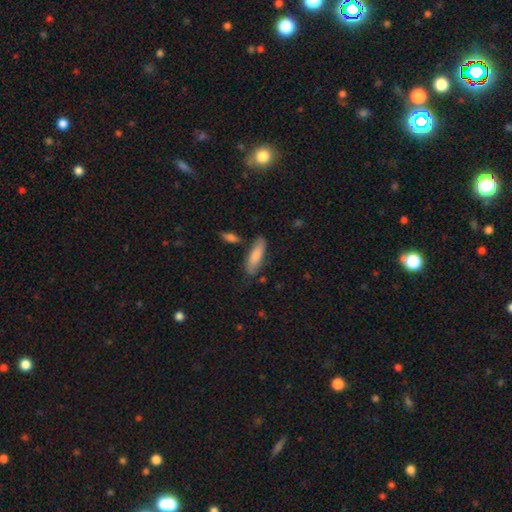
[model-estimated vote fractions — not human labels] smooth 74%, featured or disk 21%, star or artifact 6%. Down the decision tree: how rounded — in between (52%); merging — none (71%).